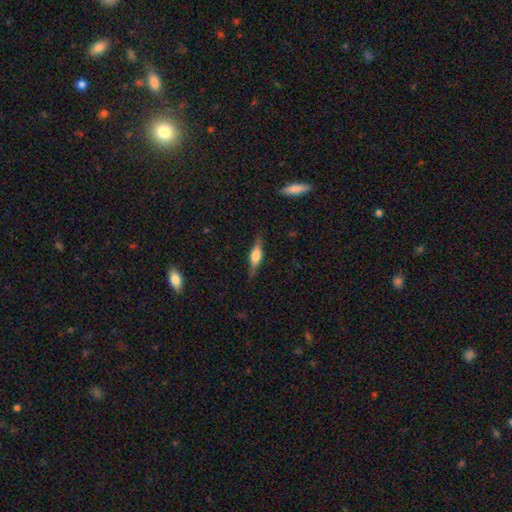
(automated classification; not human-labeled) Overall: featured or disk (58%; smooth 35%). Edge-on disk: yes (95%). Edge-on bulge: rounded (83%). Merging: none (84%).